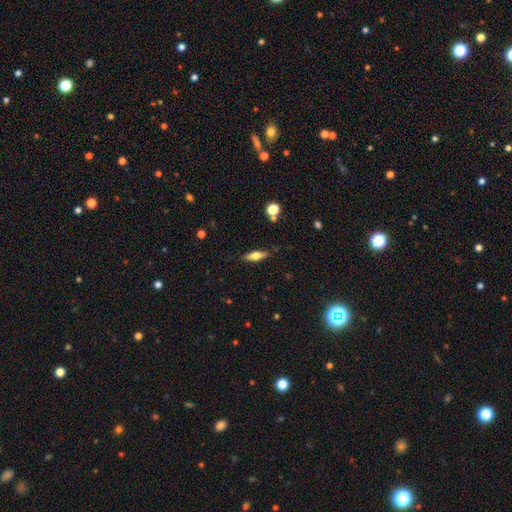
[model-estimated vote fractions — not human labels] The model was most divided on "how rounded": in between: 52%, cigar-shaped: 45%, round: 3%. More confident: merging — none (85%); smooth or featured — smooth (56%).